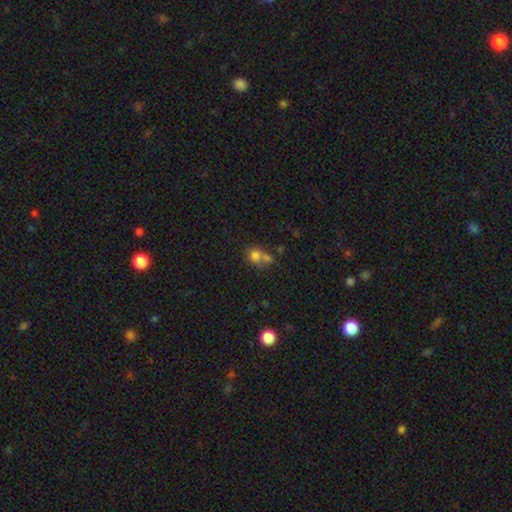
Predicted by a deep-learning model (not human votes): The model was most divided on "merging": merger: 49%, none: 36%, minor disturbance: 10%, major disturbance: 5%. More confident: smooth or featured — smooth (74%); how rounded — round (74%).